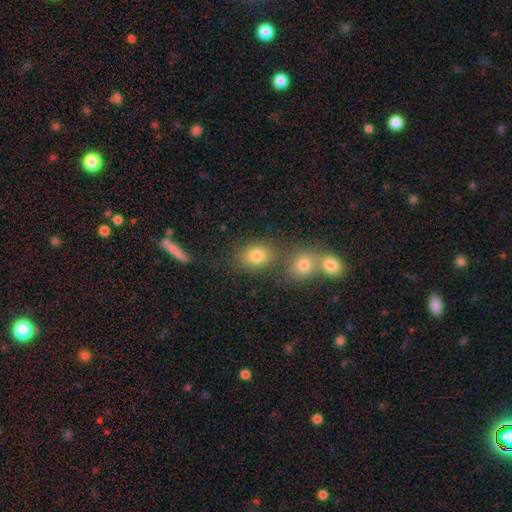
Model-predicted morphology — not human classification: A smooth galaxy with no disk features (77%) that is in between round and cigar-shaped (57%).

Vote fractions:
- Smooth or featured? smooth: 77% / star or artifact: 13% / featured or disk: 10%
- How rounded? in between: 57% / round: 41% / cigar-shaped: 2%
- Merging? none: 65% / merger: 20% / minor disturbance: 11% / major disturbance: 4%